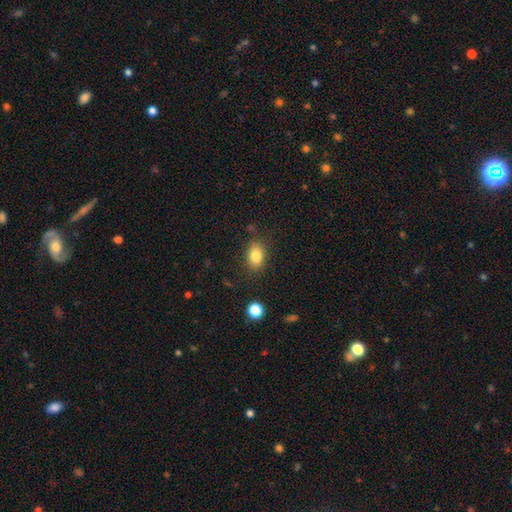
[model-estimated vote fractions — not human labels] Q: Smooth or featured?
A: smooth (84%); runner-up: star or artifact (9%)
Q: How rounded?
A: in between (78%); runner-up: round (20%)
Q: Merging?
A: none (80%); runner-up: minor disturbance (14%)